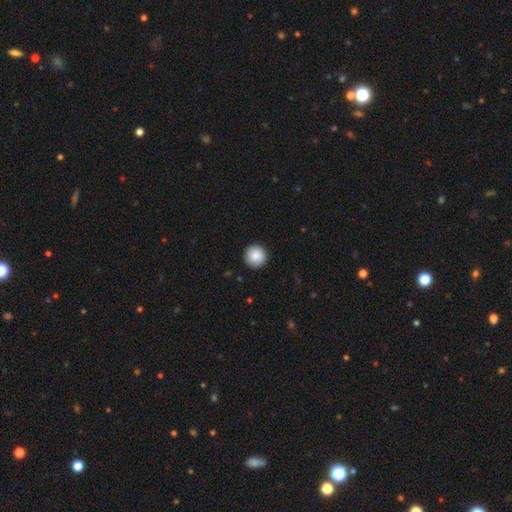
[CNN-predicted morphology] The model was most divided on "smooth or featured": smooth: 88%, star or artifact: 8%, featured or disk: 4%. More confident: how rounded — round (96%); merging — none (92%).